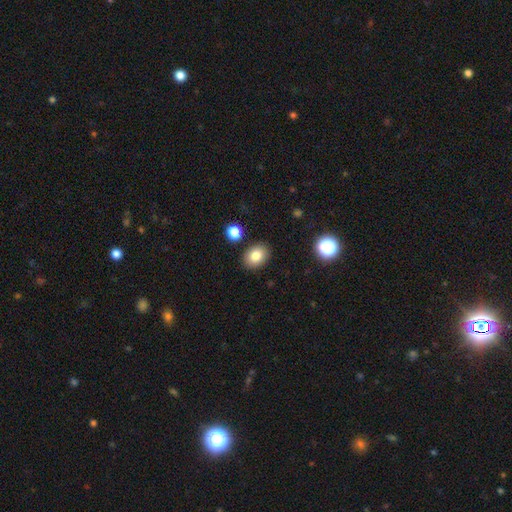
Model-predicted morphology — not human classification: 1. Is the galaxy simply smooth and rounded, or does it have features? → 83% smooth, 9% star or artifact, 8% featured or disk.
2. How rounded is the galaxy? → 73% in between, 26% round, 1% cigar-shaped.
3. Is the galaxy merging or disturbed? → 87% none, 8% minor disturbance, 3% merger, 2% major disturbance.